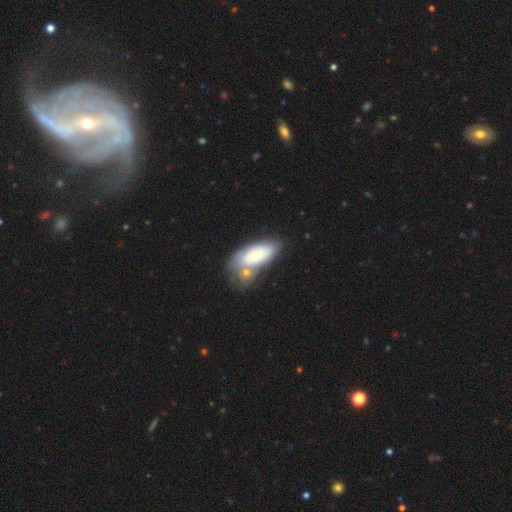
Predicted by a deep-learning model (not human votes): Morphology: type=smooth (62%); roundness=in between (83%); merging=none (40%).